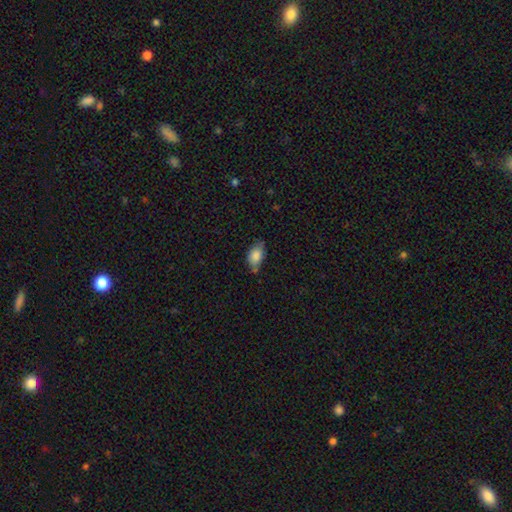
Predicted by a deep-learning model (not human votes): Smooth or featured: smooth — 81% (featured or disk — 11%)
How rounded: in between — 89% (round — 7%)
Merging: none — 56% (minor disturbance — 32%)